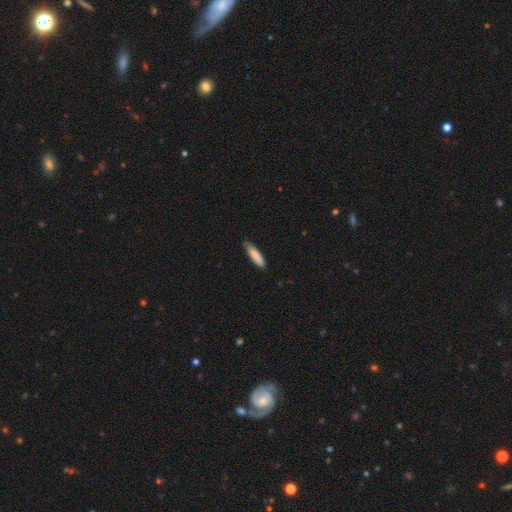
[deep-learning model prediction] This appears to be a smooth galaxy with no disk features (85%) that is cigar-shaped (74%). Merging: none (79%).